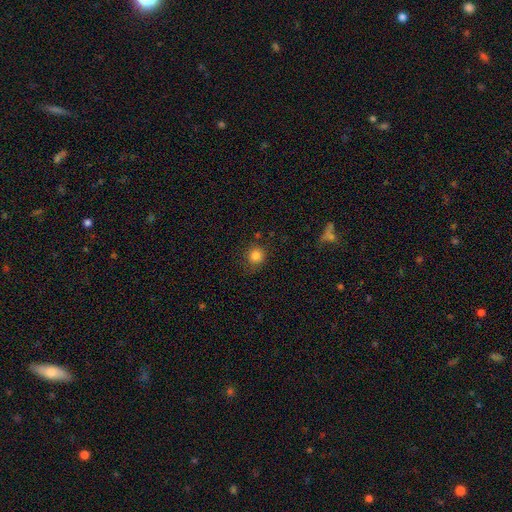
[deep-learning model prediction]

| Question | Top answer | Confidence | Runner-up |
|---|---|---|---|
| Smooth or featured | smooth | 84% | star or artifact (11%) |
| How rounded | round | 89% | in between (10%) |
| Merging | none | 80% | minor disturbance (13%) |